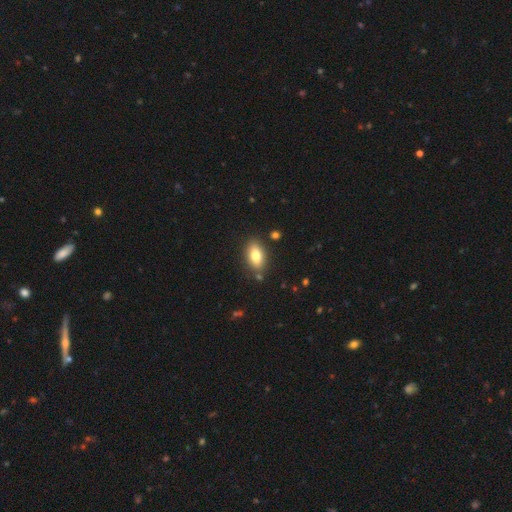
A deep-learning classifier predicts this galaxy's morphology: smooth 80%, featured or disk 13%, star or artifact 7%. Down the decision tree: how rounded — in between (90%); merging — none (82%).